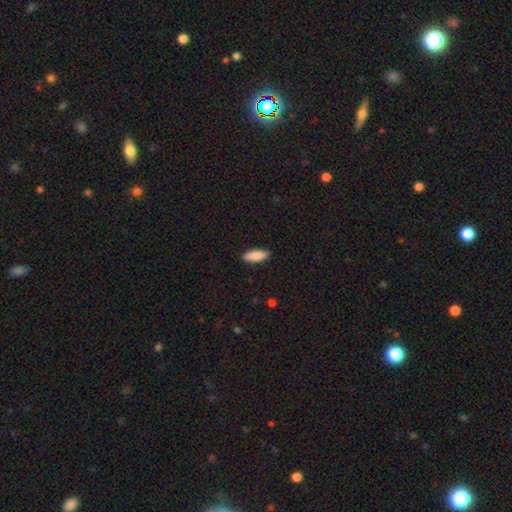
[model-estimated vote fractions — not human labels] Morphology: type=smooth (89%); roundness=in between (72%); merging=none (89%).